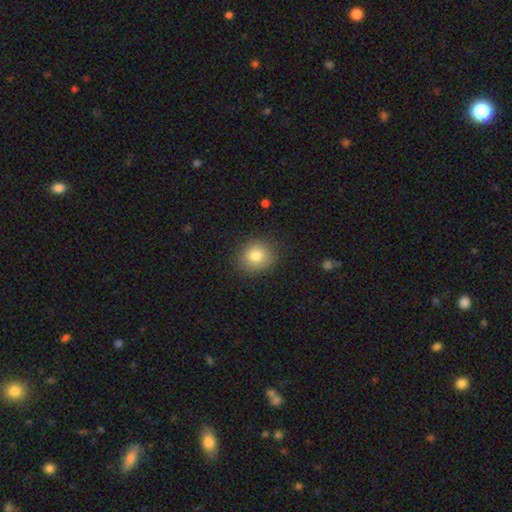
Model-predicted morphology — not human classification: smooth 81%, star or artifact 10%, featured or disk 9%. Down the decision tree: how rounded — round (75%); merging — none (85%).